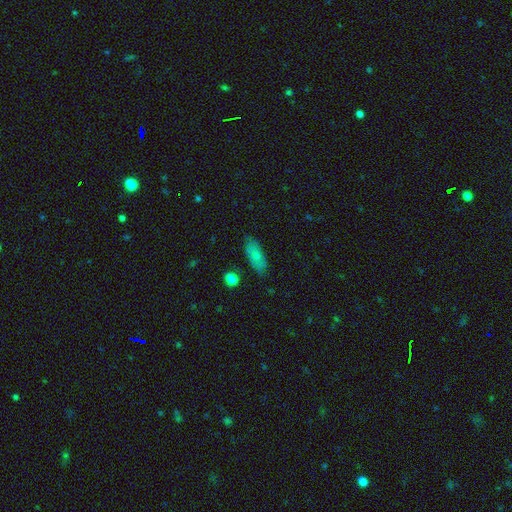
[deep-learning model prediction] A smooth galaxy with no disk features (73%) that is in between round and cigar-shaped (77%).

Vote fractions:
- Smooth or featured? smooth: 73% / featured or disk: 20% / star or artifact: 7%
- How rounded? in between: 77% / cigar-shaped: 20% / round: 3%
- Merging? none: 78% / minor disturbance: 17% / major disturbance: 3% / merger: 2%